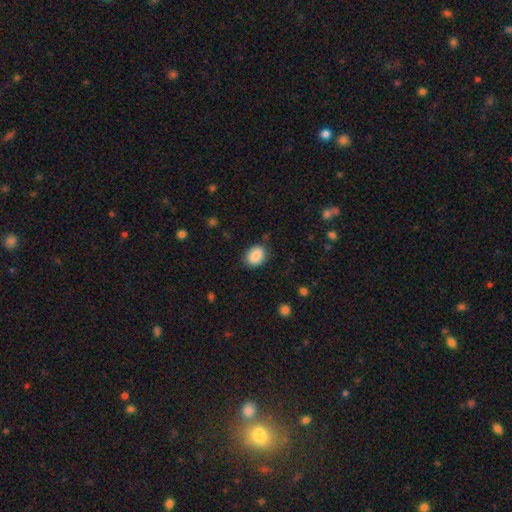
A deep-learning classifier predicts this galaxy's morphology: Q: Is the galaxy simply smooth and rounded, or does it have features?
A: smooth — 87%.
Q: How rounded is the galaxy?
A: in between — 61%.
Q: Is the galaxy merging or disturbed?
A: none — 82%.